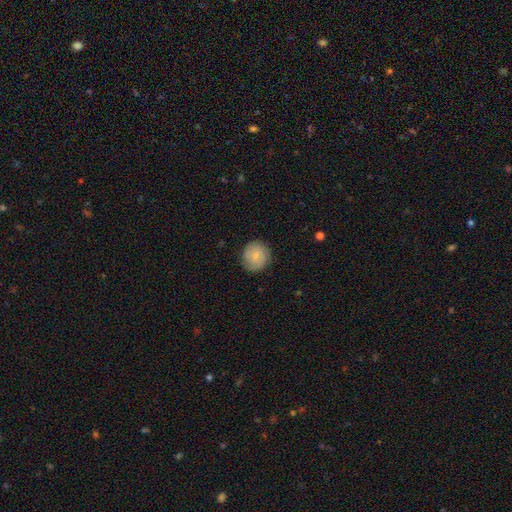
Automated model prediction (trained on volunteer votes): This appears to be a smooth galaxy with no disk features (69%) that is round (89%). Merging: none (84%).